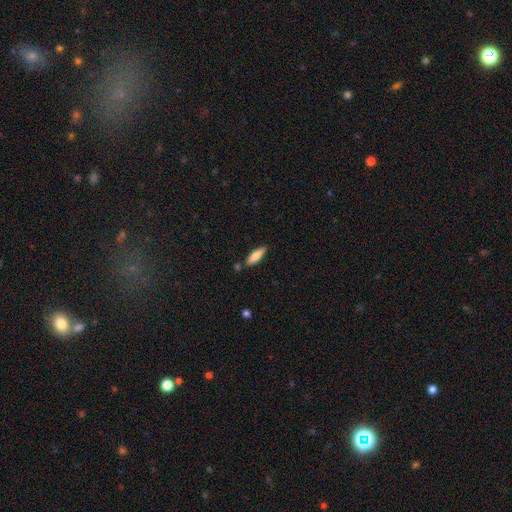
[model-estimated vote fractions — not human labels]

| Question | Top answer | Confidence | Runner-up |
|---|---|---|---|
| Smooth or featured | smooth | 76% | featured or disk (18%) |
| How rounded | in between | 54% | cigar-shaped (44%) |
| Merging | none | 81% | minor disturbance (12%) |